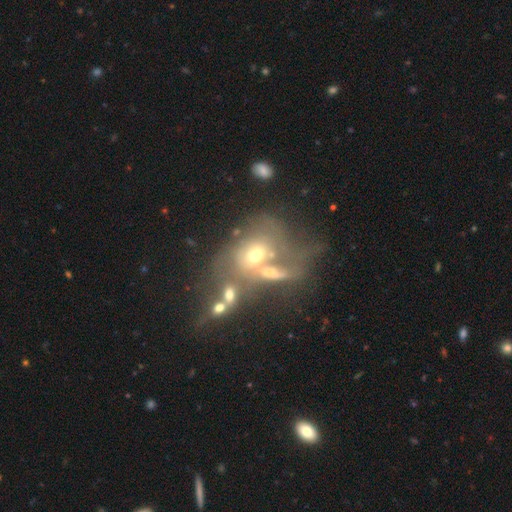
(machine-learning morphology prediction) smooth-or-featured: featured or disk: 49% | smooth: 33% | star or artifact: 18%
  merging: merger: 60% | major disturbance: 17% | none: 15% | minor disturbance: 8%